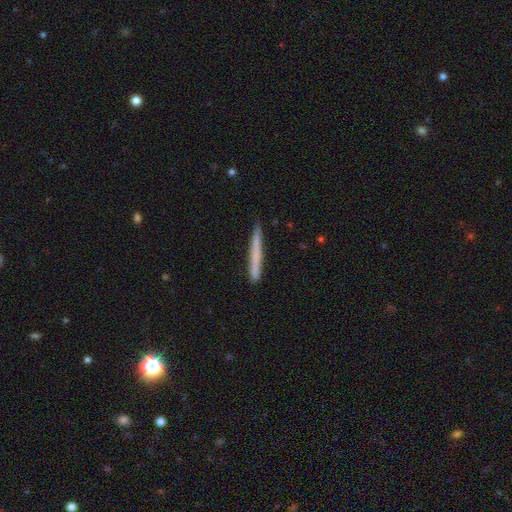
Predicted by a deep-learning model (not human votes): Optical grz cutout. It shows a smooth galaxy with no disk features (64%) that is cigar-shaped (97%). Merging: none (88%).